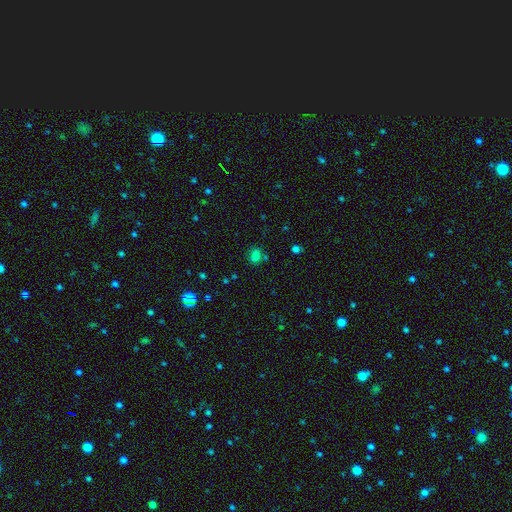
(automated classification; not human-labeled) This is likely a smooth galaxy (71%). How rounded: possibly in between (57%). Merging: likely none (73%).